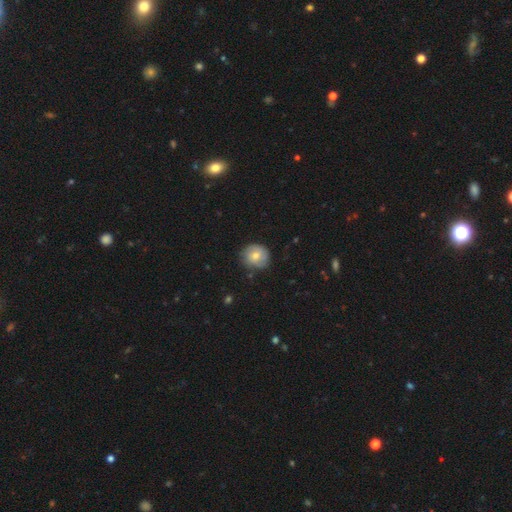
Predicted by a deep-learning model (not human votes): smooth_or_featured: smooth (p=0.64) [alt: featured or disk p=0.28]
how_rounded: round (p=0.87) [alt: in between p=0.12]
merging: none (p=0.76) [alt: minor disturbance p=0.18]